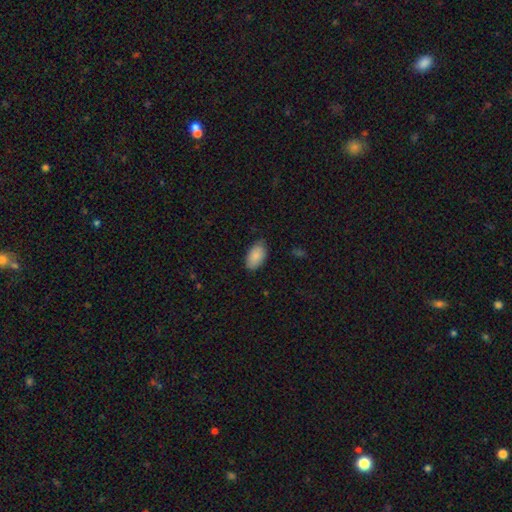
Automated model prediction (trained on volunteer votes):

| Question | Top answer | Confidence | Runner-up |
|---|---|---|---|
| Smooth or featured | smooth | 87% | featured or disk (6%) |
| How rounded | in between | 94% | round (4%) |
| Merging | none | 78% | minor disturbance (18%) |